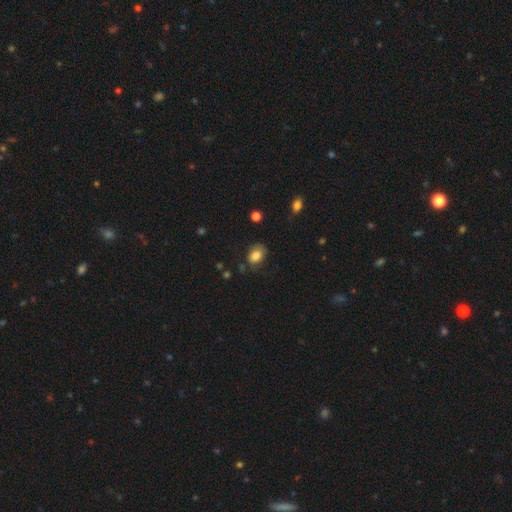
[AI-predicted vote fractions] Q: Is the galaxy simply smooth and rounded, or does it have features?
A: smooth — 83%.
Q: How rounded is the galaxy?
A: in between — 68%.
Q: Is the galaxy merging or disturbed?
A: none — 65%.